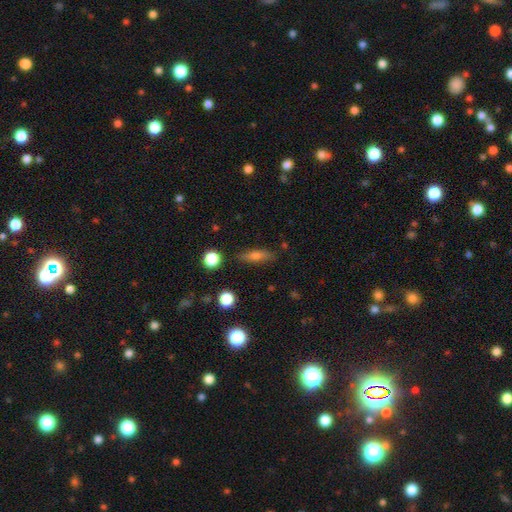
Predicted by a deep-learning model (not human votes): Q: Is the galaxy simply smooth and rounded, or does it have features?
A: smooth — 64%.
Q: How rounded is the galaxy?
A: cigar-shaped — 52%.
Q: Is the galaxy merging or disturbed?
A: none — 83%.